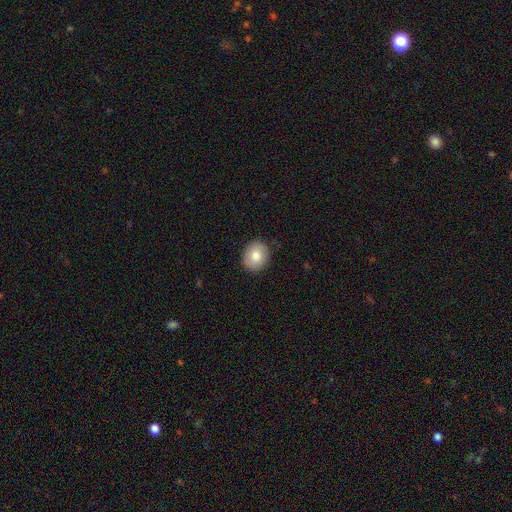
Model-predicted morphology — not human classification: smooth 82%, featured or disk 10%, star or artifact 8%. Down the decision tree: how rounded — round (62%); merging — none (88%).